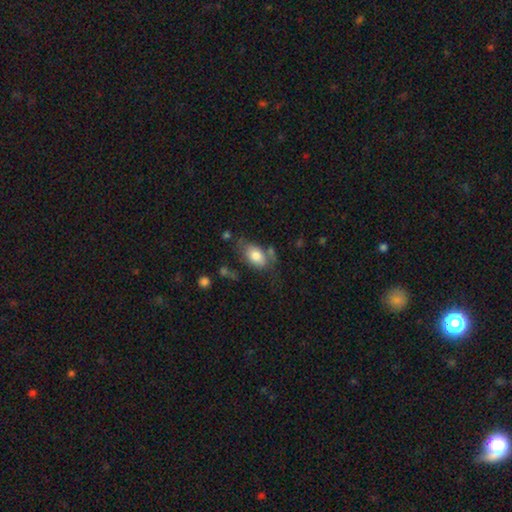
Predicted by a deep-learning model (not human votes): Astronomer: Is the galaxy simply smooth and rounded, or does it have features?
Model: smooth — 76%.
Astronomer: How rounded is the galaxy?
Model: in between — 91%.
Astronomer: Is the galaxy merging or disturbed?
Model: none — 51% (runner-up: minor disturbance, 26%).